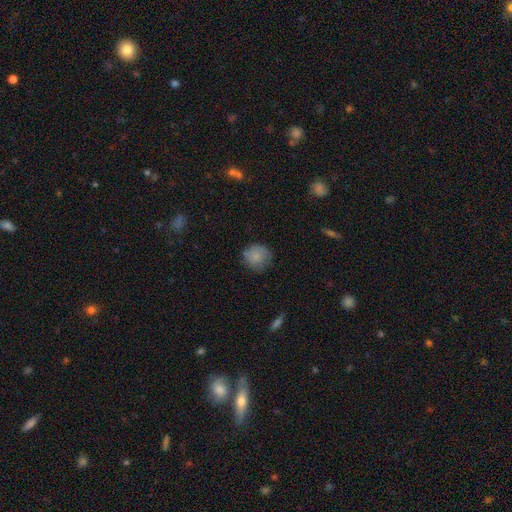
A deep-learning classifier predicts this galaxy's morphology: Smooth or featured? Predicted: smooth (p=0.80). How rounded? Predicted: round (p=0.87). Merging? Predicted: none (p=0.69).